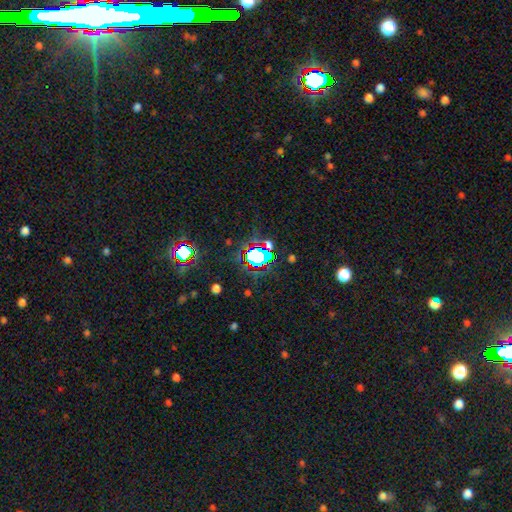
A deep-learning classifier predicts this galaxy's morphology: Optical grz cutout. It shows a star or artifact, not a galaxy (65%).